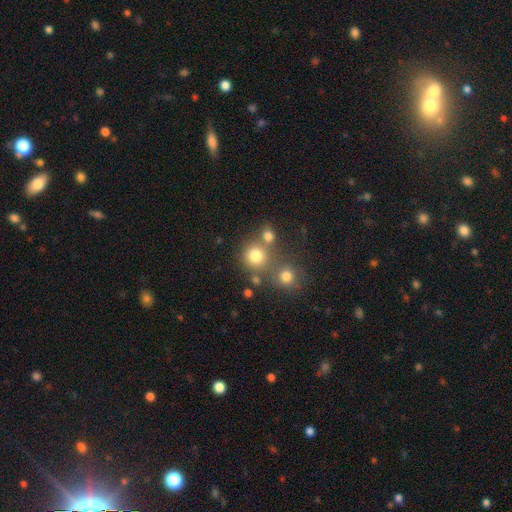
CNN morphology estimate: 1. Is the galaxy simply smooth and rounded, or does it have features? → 77% smooth, 14% star or artifact, 9% featured or disk.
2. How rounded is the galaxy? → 88% round, 11% in between, 1% cigar-shaped.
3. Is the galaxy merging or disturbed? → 60% none, 27% merger, 9% minor disturbance, 5% major disturbance.